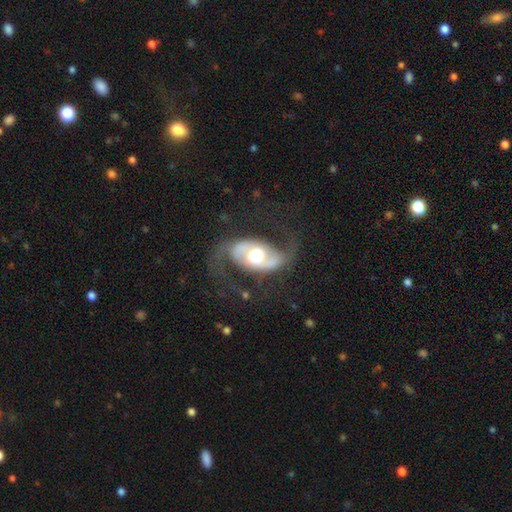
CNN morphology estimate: The model was most divided on "spiral winding": loose: 53%, medium: 38%, tight: 9%. Remaining: edge-on disk — no (96%); spiral arm count — 2 (94%); spiral arms — yes (93%); smooth or featured — featured or disk (87%); merging — none (68%); bulge size — moderate (59%); bar — no (47%).